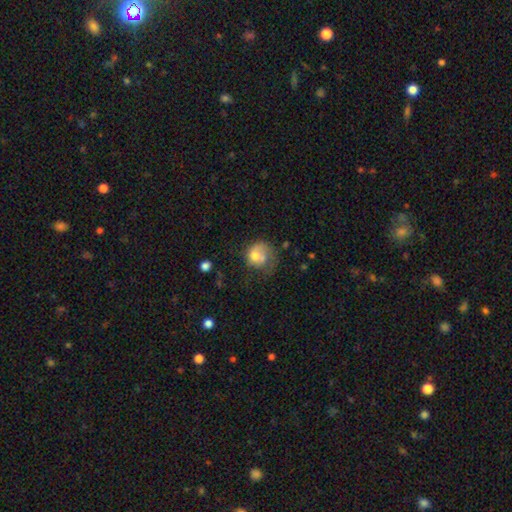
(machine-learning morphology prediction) smooth_or_featured: smooth (p=0.62) [alt: featured or disk p=0.30]
how_rounded: round (p=0.66) [alt: in between p=0.34]
merging: major disturbance (p=0.32) [alt: none p=0.26]